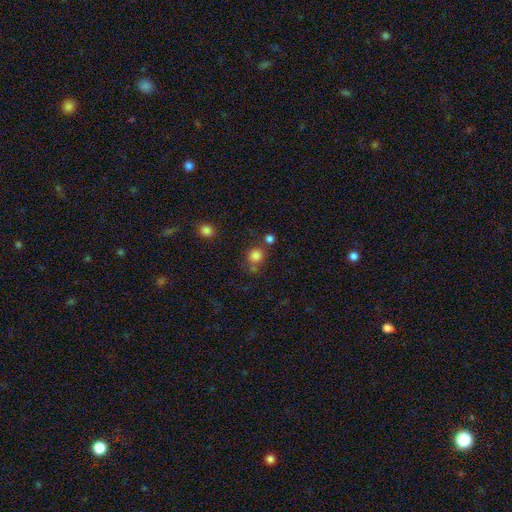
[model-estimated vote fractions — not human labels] Overall: smooth (81%). How rounded: round (87%). Merging: none (69%).